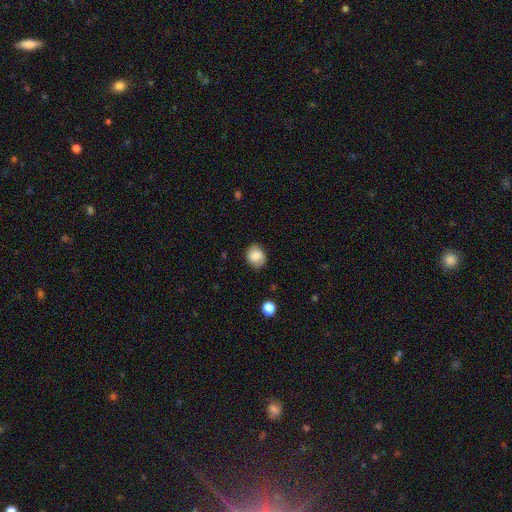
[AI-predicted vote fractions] Q: Smooth or featured?
A: smooth (81%); runner-up: featured or disk (10%)
Q: How rounded?
A: round (63%); runner-up: in between (36%)
Q: Merging?
A: none (74%); runner-up: minor disturbance (20%)